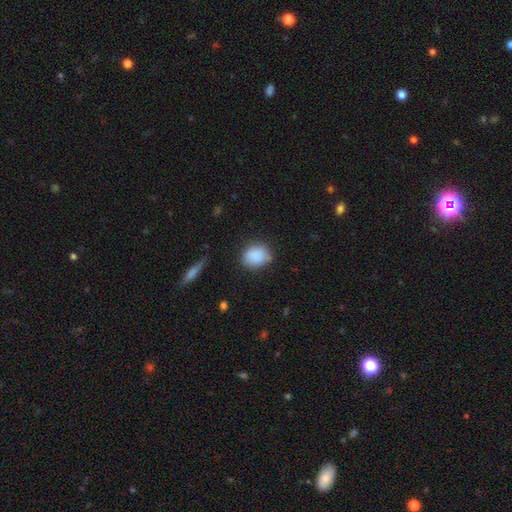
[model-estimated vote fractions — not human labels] Overall: smooth (86%). How rounded: round (56%; in between 43%). Merging: none (71%).